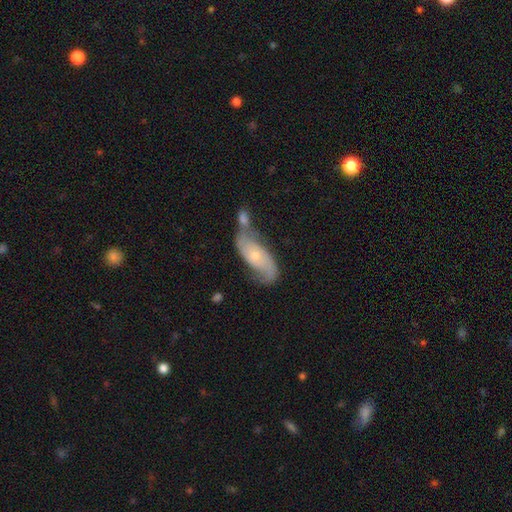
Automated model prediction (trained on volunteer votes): featured or disk 71%, smooth 22%, star or artifact 6%. Down the decision tree: edge-on disk — no (92%); bar — no (72%); spiral arms — yes (88%); spiral arm count — 2 (81%); spiral winding — loose (40%); bulge size — small (62%); merging — merger (40%).